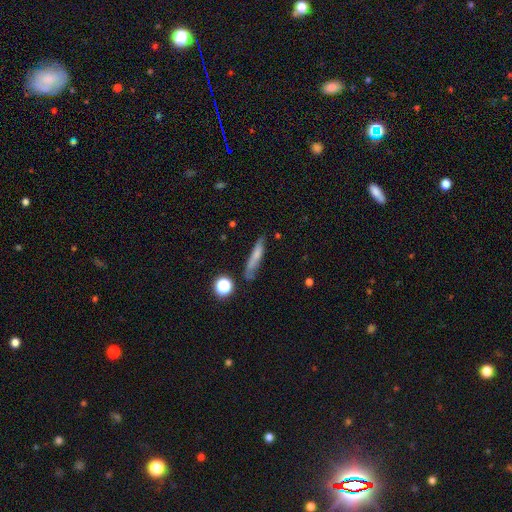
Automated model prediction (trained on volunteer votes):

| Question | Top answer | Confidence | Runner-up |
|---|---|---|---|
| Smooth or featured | smooth | 62% | featured or disk (27%) |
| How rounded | cigar-shaped | 82% | in between (13%) |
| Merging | none | 66% | minor disturbance (23%) |